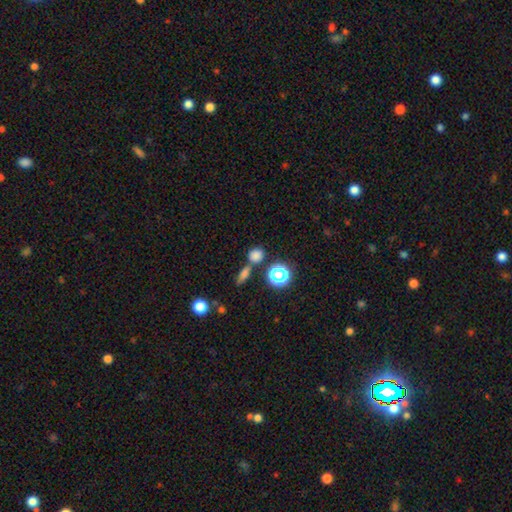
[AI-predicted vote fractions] Q: Smooth or featured?
A: smooth (77%); runner-up: star or artifact (17%)
Q: How rounded?
A: round (78%); runner-up: in between (19%)
Q: Merging?
A: none (65%); runner-up: merger (22%)